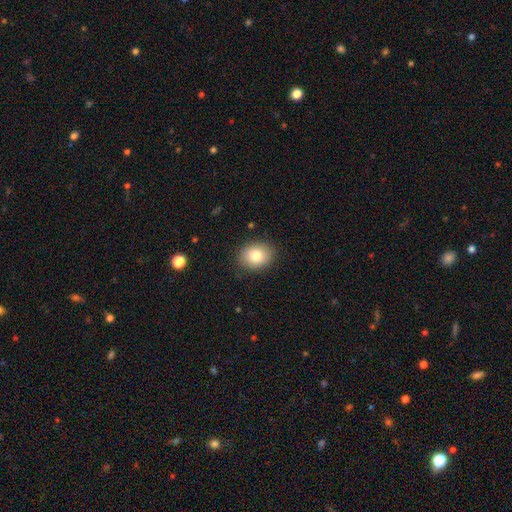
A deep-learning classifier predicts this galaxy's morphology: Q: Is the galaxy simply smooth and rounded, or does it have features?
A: smooth — 80%.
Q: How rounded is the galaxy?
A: in between — 50%.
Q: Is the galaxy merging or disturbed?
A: none — 88%.